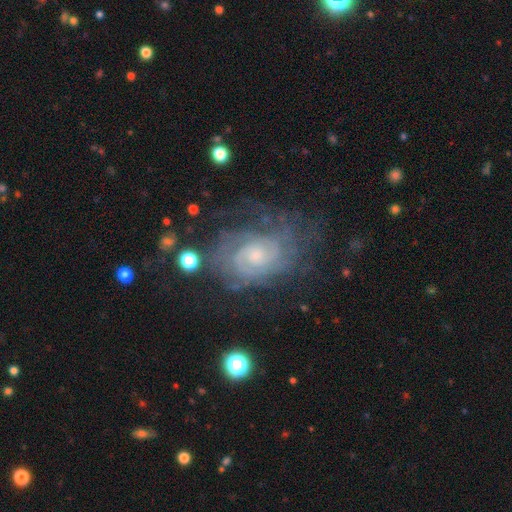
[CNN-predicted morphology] smooth_or_featured: featured or disk (p=0.83) [alt: smooth p=0.09]
disk_edge_on: no (p=0.97) [alt: yes p=0.03]
bar: no (p=0.68) [alt: weak p=0.28]
has_spiral_arms: yes (p=0.94) [alt: no p=0.06]
spiral_winding: tight (p=0.68) [alt: medium p=0.26]
spiral_arm_count: can't tell (p=0.40) [alt: 2 p=0.29]
bulge_size: small (p=0.57) [alt: moderate p=0.35]
merging: none (p=0.66) [alt: minor disturbance p=0.19]